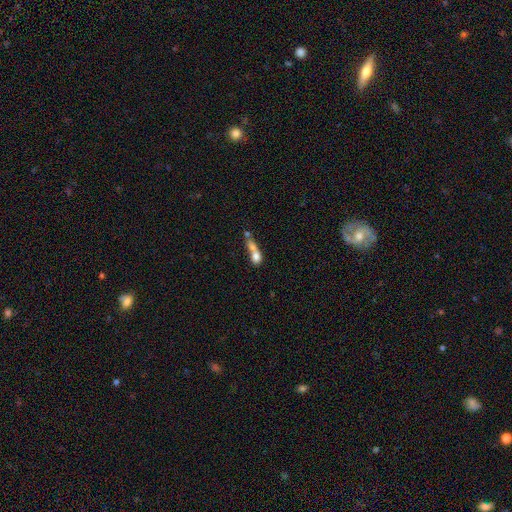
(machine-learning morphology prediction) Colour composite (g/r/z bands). It shows a smooth galaxy with no disk features (65%) that is in between round and cigar-shaped (47%). Merging: merger (68%).